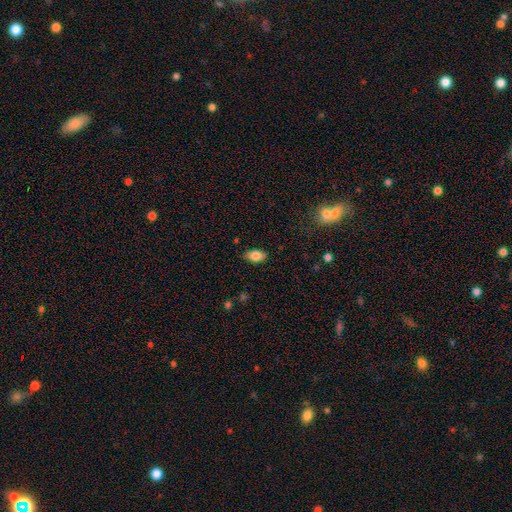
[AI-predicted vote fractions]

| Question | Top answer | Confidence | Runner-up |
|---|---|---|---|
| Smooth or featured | smooth | 83% | featured or disk (9%) |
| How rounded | in between | 92% | round (5%) |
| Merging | none | 87% | minor disturbance (10%) |